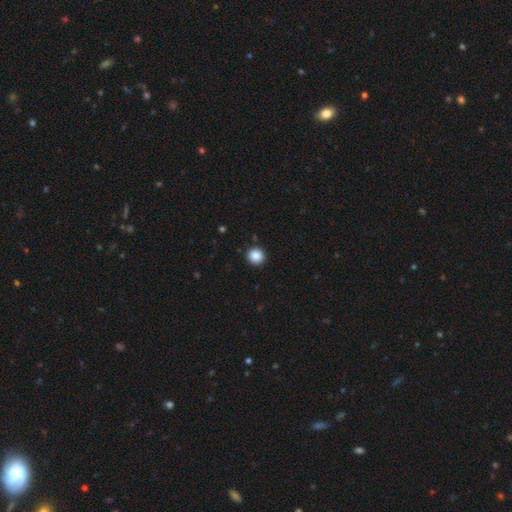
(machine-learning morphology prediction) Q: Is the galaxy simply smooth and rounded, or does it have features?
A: smooth — 87%.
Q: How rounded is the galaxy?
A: round — 94%.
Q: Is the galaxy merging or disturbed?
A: none — 92%.